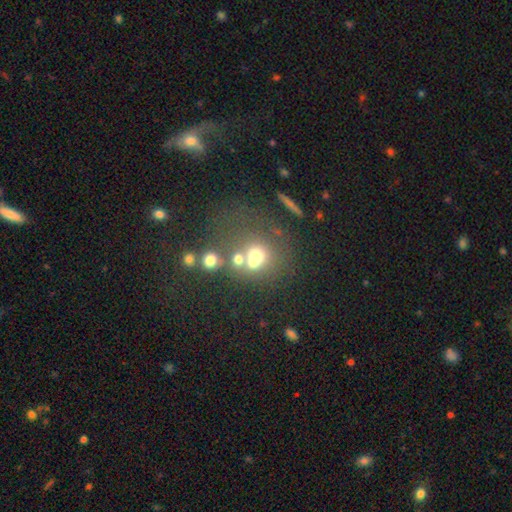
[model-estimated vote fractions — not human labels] Smooth or featured? Predicted: smooth (p=0.57). How rounded? Predicted: round (p=0.76). Merging? Predicted: merger (p=0.44).